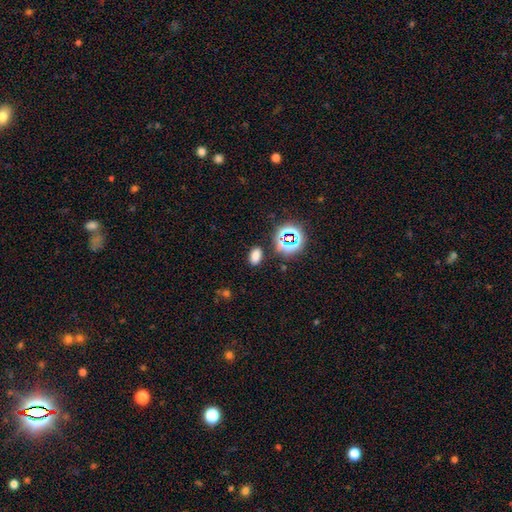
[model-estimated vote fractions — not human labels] This is likely a smooth galaxy (71%). How rounded: clearly in between (87%). Merging: clearly none (85%).